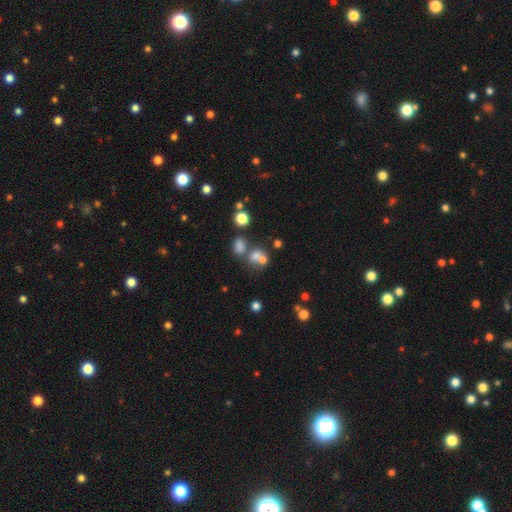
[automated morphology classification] type=smooth (64%); roundness=round (64%); merging=merger (49%).